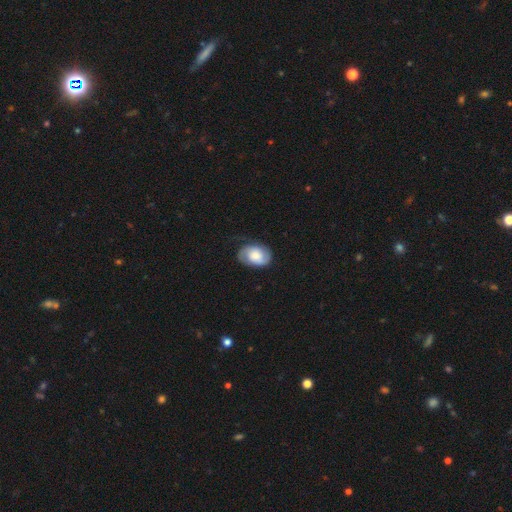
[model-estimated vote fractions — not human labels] Q: Smooth or featured?
A: featured or disk (51%); runner-up: smooth (42%)
Q: Edge-on disk?
A: no (97%); runner-up: yes (3%)
Q: Merging?
A: none (61%); runner-up: minor disturbance (26%)